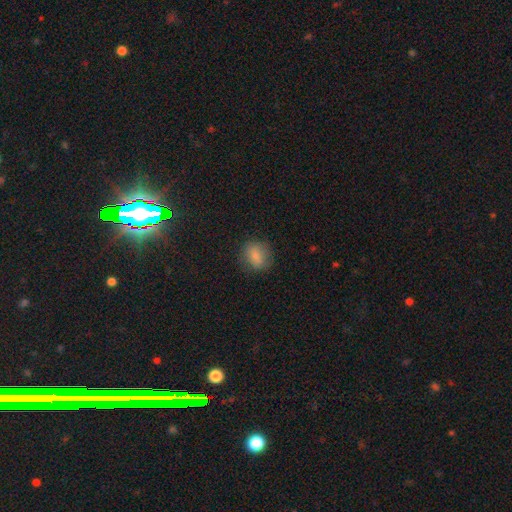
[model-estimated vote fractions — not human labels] Overall: smooth (80%). How rounded: round (62%; in between 36%). Merging: none (80%).